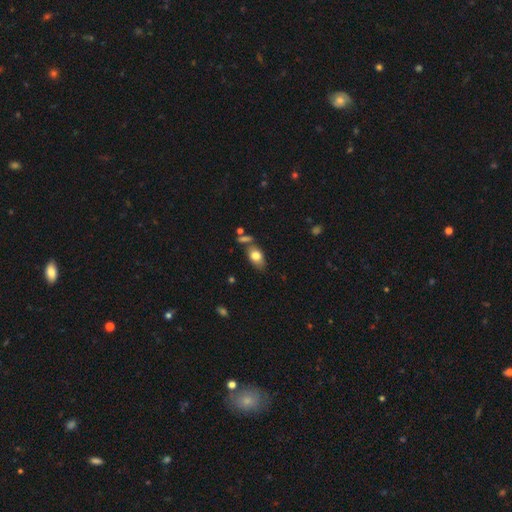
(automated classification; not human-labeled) The model was most divided on "merging": none: 63%, minor disturbance: 19%, merger: 12%, major disturbance: 5%. More confident: how rounded — in between (85%); smooth or featured — smooth (77%).